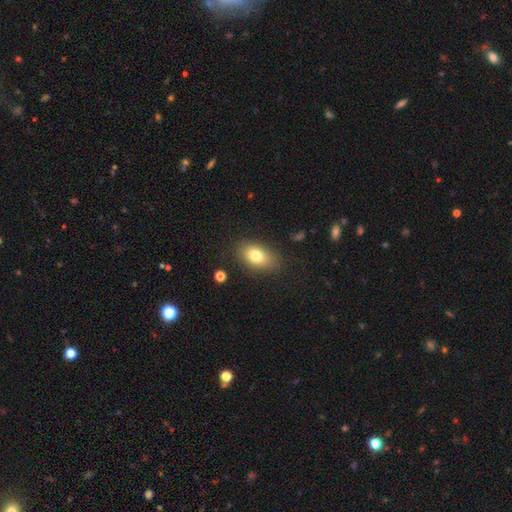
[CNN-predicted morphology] The model was most divided on "smooth or featured": smooth: 78%, featured or disk: 13%, star or artifact: 9%. More confident: how rounded — in between (87%); merging — none (83%).